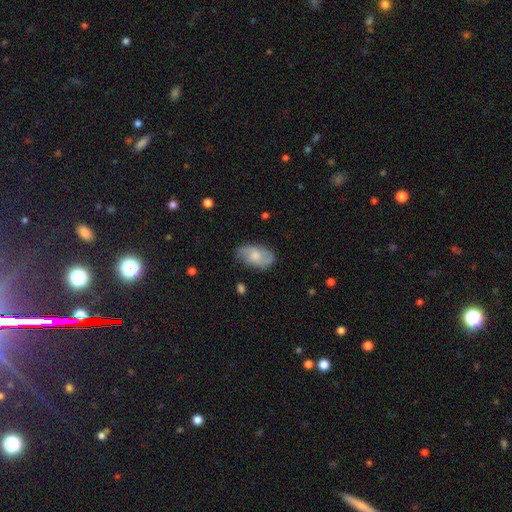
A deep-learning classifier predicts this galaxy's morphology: Smooth or featured? Predicted: featured or disk (p=0.48). Merging? Predicted: none (p=0.71).